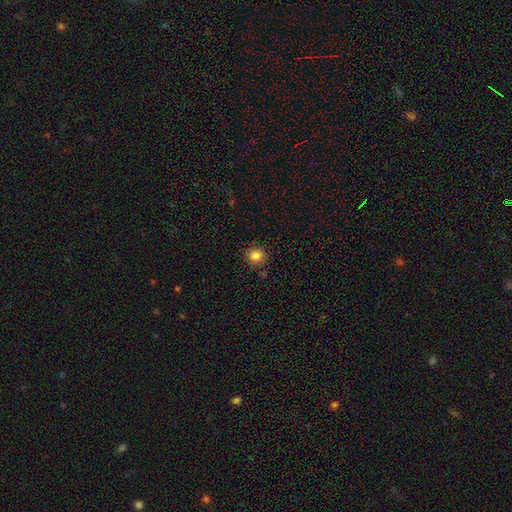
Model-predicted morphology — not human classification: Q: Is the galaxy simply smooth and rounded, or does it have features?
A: smooth — 83%.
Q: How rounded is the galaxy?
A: round — 90%.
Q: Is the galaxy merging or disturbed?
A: none — 88%.